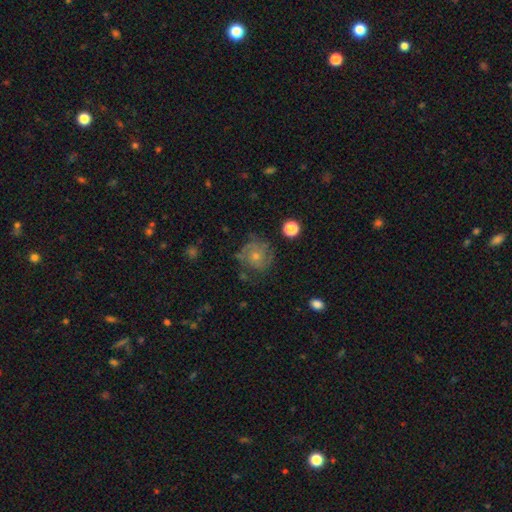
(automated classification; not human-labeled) This is possibly a featured or disk galaxy (54%). It is clearly not viewed edge-on (97%). Bar: clearly no (84%). Spiral arm pattern: likely yes (79%). Central bulge: likely small (60%). Merging: likely none (64%).